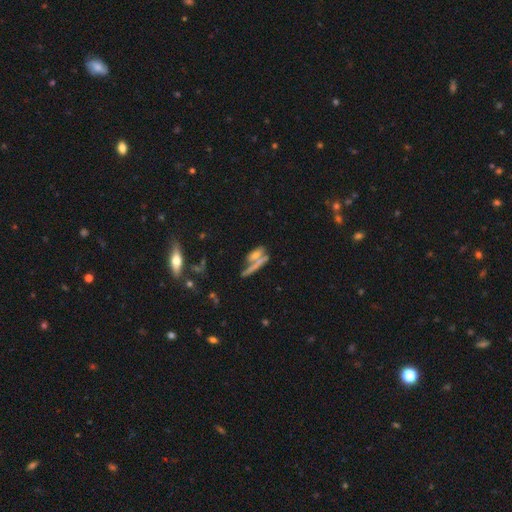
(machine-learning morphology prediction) The model was most divided on "smooth or featured": featured or disk: 43%, smooth: 29%, star or artifact: 28%. Remaining: merging — none (43%).